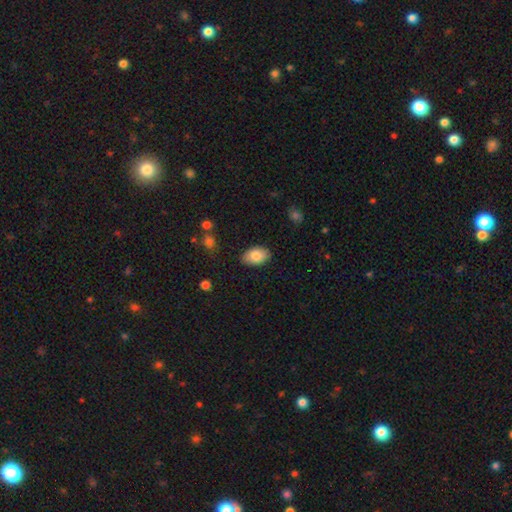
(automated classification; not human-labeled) This appears to be a smooth galaxy with no disk features (83%) that is in between round and cigar-shaped (92%). Merging: none (86%).